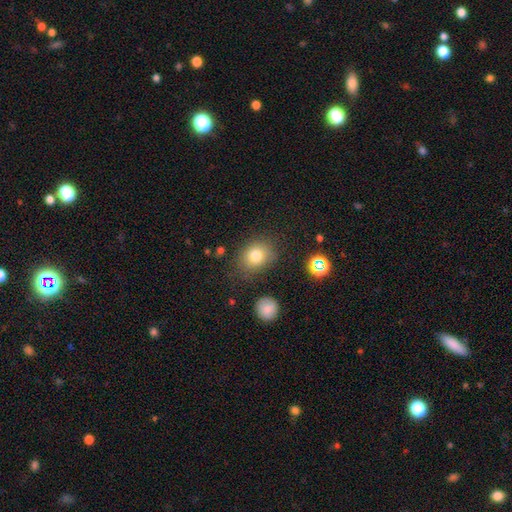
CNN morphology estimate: Smooth or featured?
  - smooth: 77% *
  - star or artifact: 13%
  - featured or disk: 10%
How rounded?
  - round: 55% *
  - in between: 44%
  - cigar-shaped: 1%
Merging?
  - none: 74% *
  - minor disturbance: 16%
  - major disturbance: 6%
  - merger: 3%